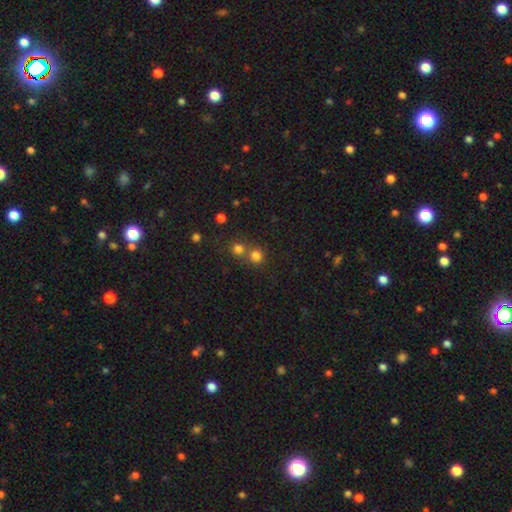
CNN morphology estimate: Smooth or featured? Predicted: smooth (p=0.78). How rounded? Predicted: round (p=0.90). Merging? Predicted: none (p=0.57).